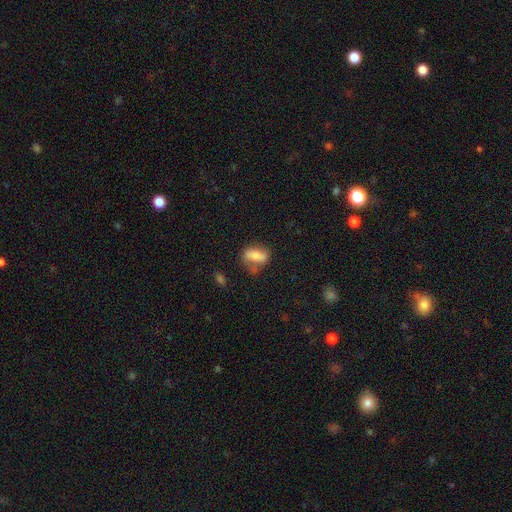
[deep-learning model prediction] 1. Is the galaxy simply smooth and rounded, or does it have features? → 71% smooth, 20% featured or disk, 9% star or artifact.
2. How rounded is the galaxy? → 75% in between, 17% cigar-shaped, 8% round.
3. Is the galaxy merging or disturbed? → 54% none, 24% minor disturbance, 12% major disturbance, 10% merger.